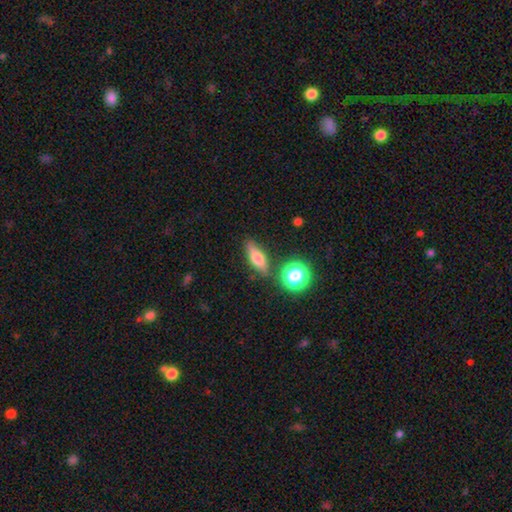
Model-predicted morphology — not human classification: A smooth galaxy with no disk features (57%) that is cigar-shaped (44%, tied with in between). Merging: none (82%).